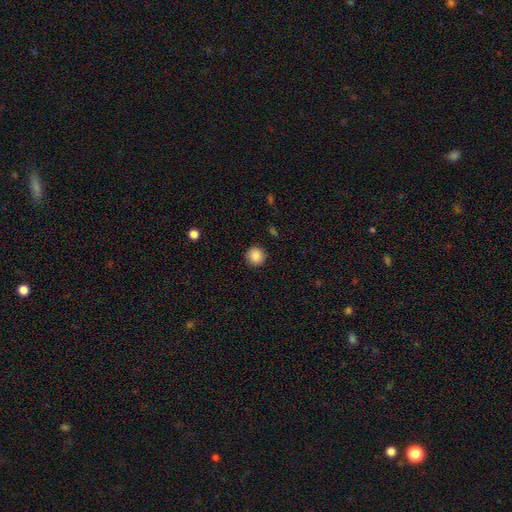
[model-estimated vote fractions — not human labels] smooth 88%, star or artifact 9%, featured or disk 3%. Down the decision tree: how rounded — round (94%); merging — none (91%).